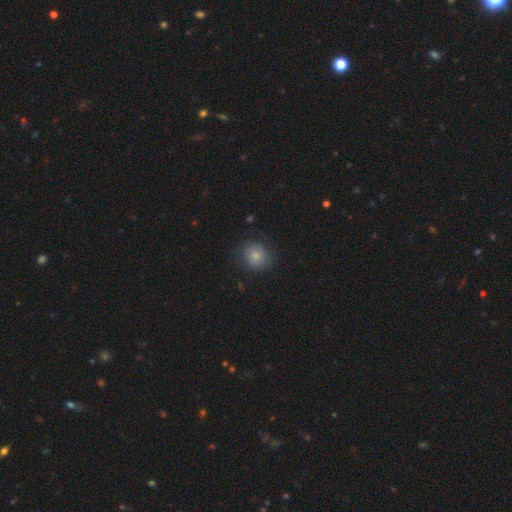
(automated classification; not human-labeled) Morphology: type=smooth (77%); roundness=round (85%); merging=none (78%).